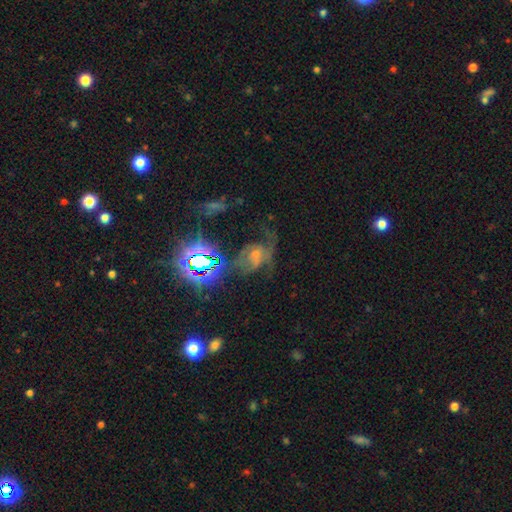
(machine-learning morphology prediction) Smooth or featured: featured or disk — 47% (star or artifact — 29%)
Merging: major disturbance — 39% (none — 31%)